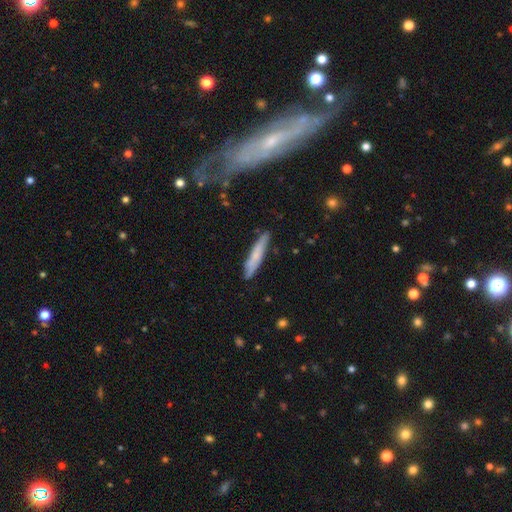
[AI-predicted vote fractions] A smooth galaxy with no disk features (65%) that is cigar-shaped (91%). Merging: none (83%).